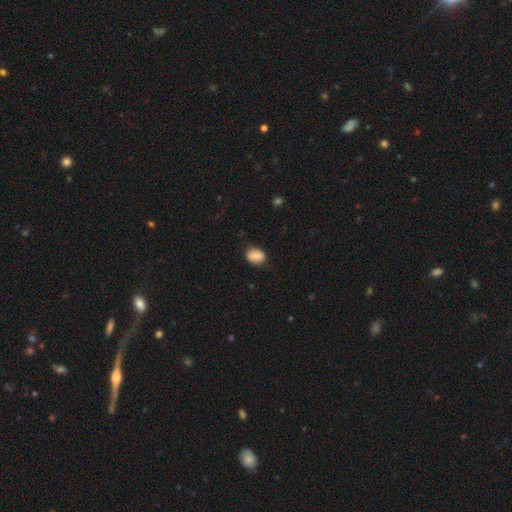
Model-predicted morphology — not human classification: Smooth or featured? Predicted: smooth (p=0.79). How rounded? Predicted: in between (p=0.63). Merging? Predicted: none (p=0.75).